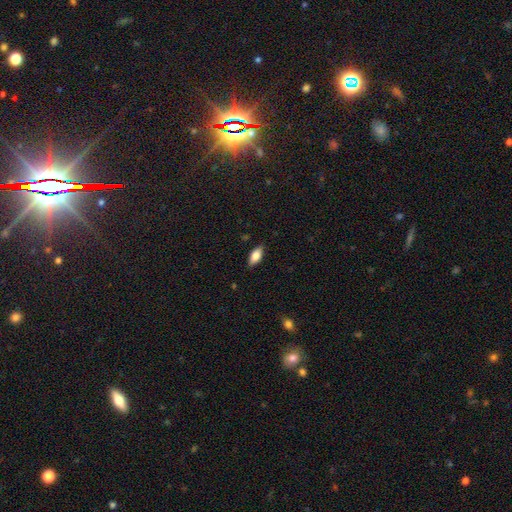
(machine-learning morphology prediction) Overall: smooth (73%). How rounded: in between (84%). Merging: none (86%).